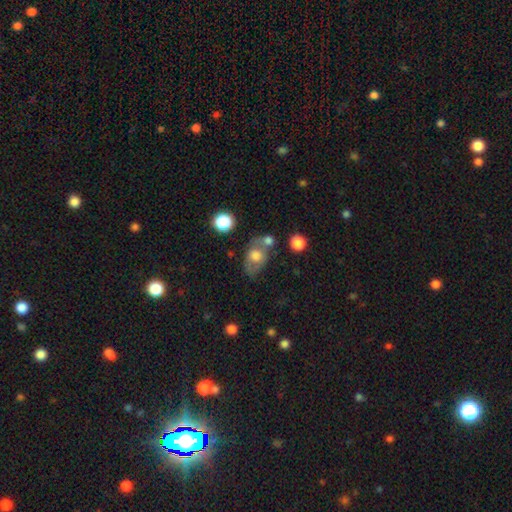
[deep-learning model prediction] The model was most divided on "merging": none: 47%, merger: 24%, minor disturbance: 19%, major disturbance: 9%. More confident: how rounded — in between (71%); smooth or featured — smooth (60%).